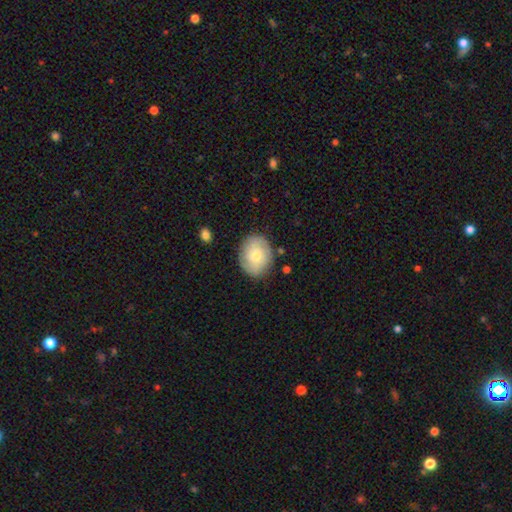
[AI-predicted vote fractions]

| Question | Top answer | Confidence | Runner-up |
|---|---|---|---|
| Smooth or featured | smooth | 61% | featured or disk (31%) |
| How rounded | in between | 50% | round (49%) |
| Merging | none | 83% | minor disturbance (13%) |